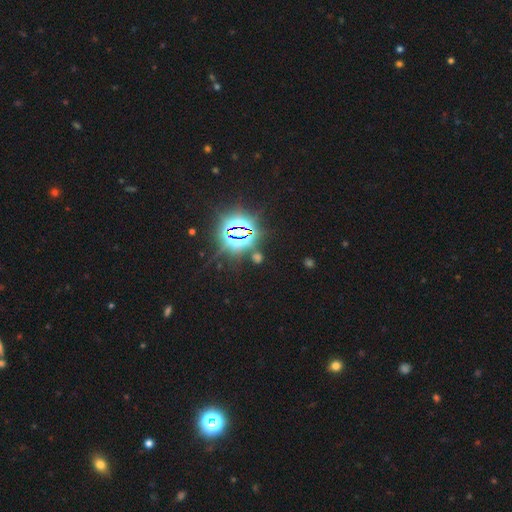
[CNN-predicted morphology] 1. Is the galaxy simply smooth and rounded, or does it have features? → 82% star or artifact, 11% smooth, 7% featured or disk.